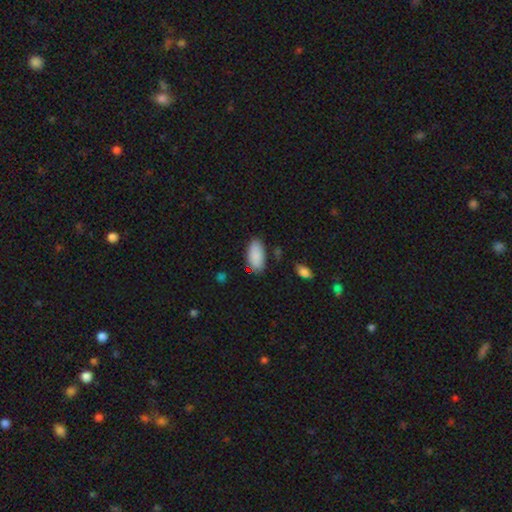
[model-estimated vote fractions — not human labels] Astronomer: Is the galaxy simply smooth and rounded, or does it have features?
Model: smooth — 88%.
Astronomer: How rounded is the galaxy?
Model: in between — 93%.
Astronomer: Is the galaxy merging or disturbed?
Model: none — 80%.